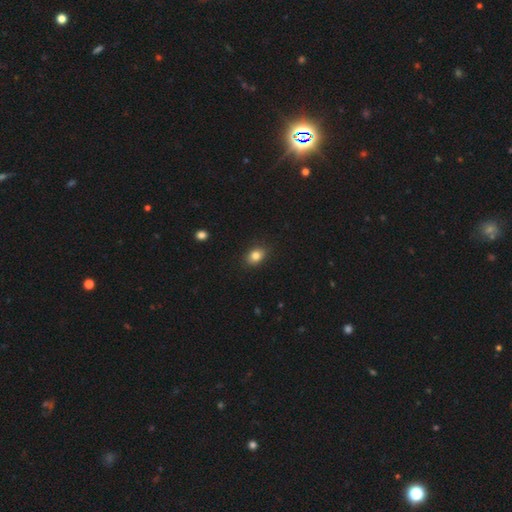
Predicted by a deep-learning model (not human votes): The model was most divided on "how rounded": in between: 63%, round: 36%, cigar-shaped: 1%. More confident: merging — none (88%); smooth or featured — smooth (83%).